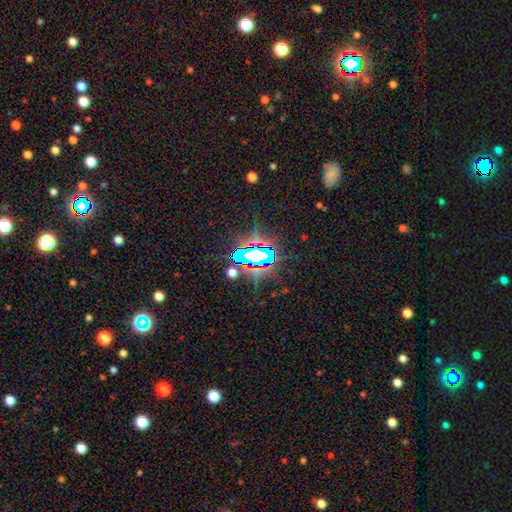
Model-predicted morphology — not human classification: Smooth or featured: star or artifact — 72% (smooth — 15%)